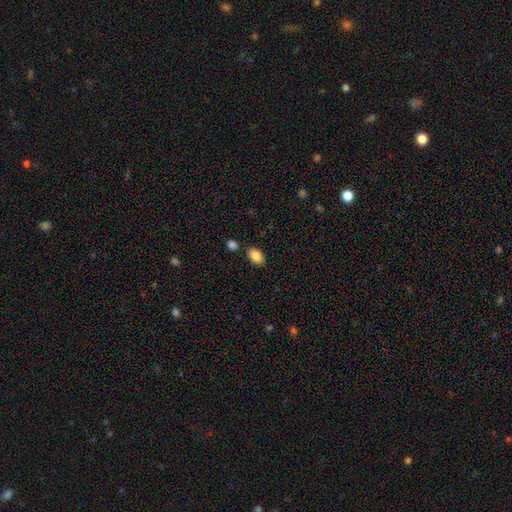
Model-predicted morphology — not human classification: smooth_or_featured: smooth (p=0.86) [alt: star or artifact p=0.08]
how_rounded: in between (p=0.90) [alt: round p=0.08]
merging: none (p=0.82) [alt: minor disturbance p=0.10]